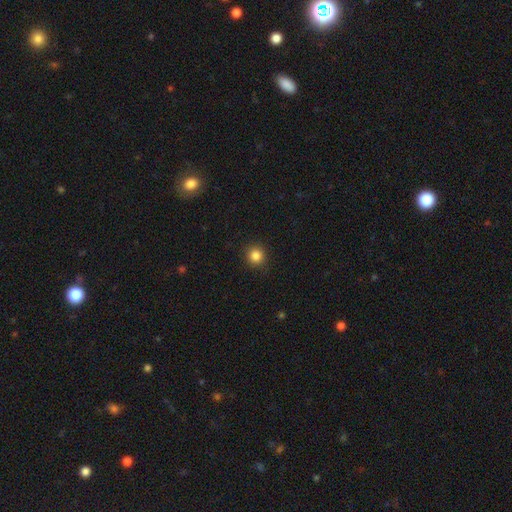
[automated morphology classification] Smooth or featured: smooth — 85% (star or artifact — 11%)
How rounded: round — 93% (in between — 6%)
Merging: none — 92% (minor disturbance — 6%)